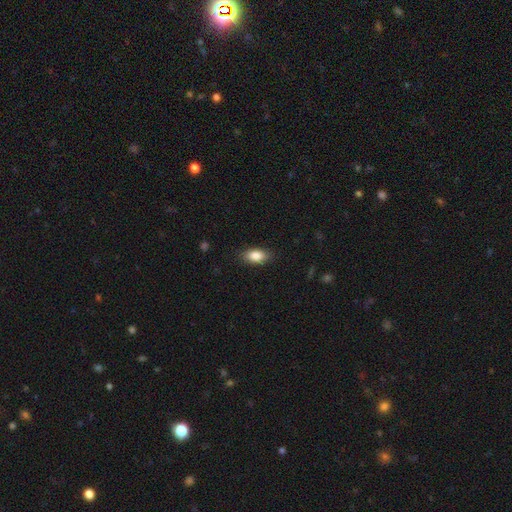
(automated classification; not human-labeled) smooth-or-featured: smooth: 87% | star or artifact: 7% | featured or disk: 6%
  how-rounded: in between: 90% | round: 6% | cigar-shaped: 5%
  merging: none: 84% | minor disturbance: 12% | major disturbance: 3% | merger: 1%